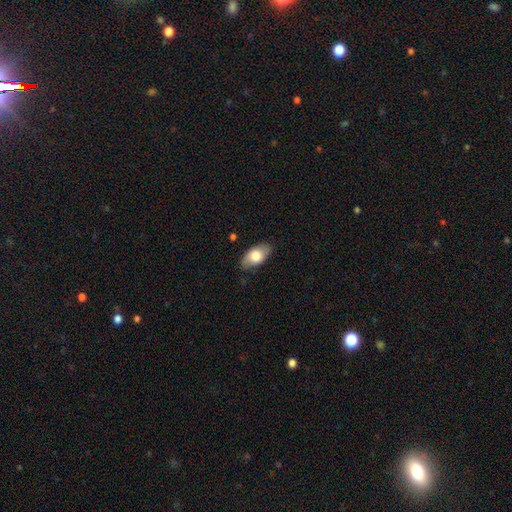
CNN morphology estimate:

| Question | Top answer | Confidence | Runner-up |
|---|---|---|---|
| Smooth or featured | smooth | 76% | featured or disk (18%) |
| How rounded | in between | 93% | round (5%) |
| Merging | none | 81% | minor disturbance (15%) |